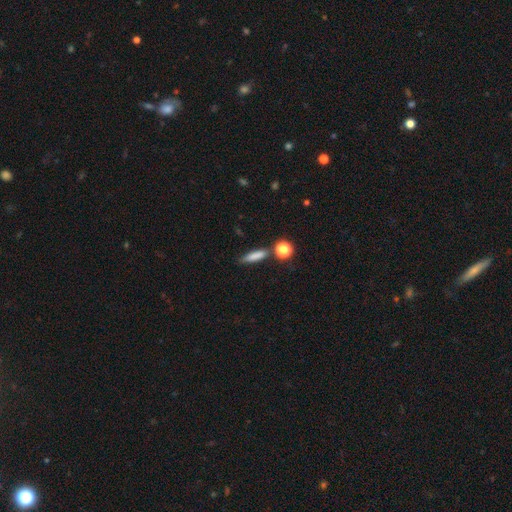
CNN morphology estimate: Smooth or featured? smooth (77%)
How rounded? cigar-shaped (68%)
Merging? none (71%)